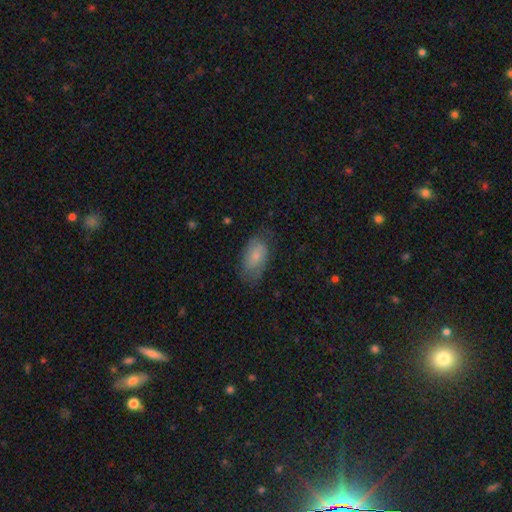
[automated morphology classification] This appears to be a smooth galaxy with no disk features (66%) that is in between round and cigar-shaped (92%). Merging: none (65%).